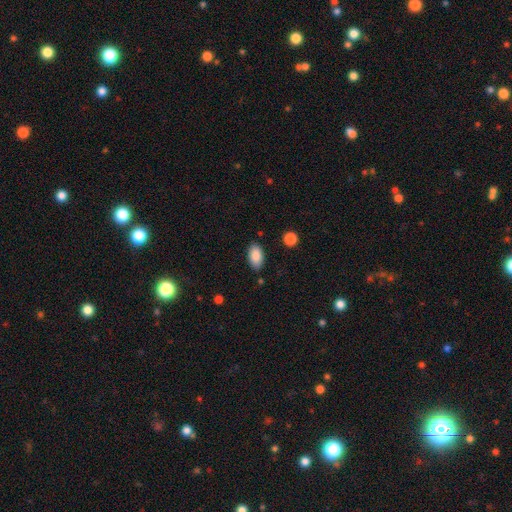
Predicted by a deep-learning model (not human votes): This appears to be a smooth galaxy with no disk features (88%) that is in between round and cigar-shaped (94%). Merging: none (83%).